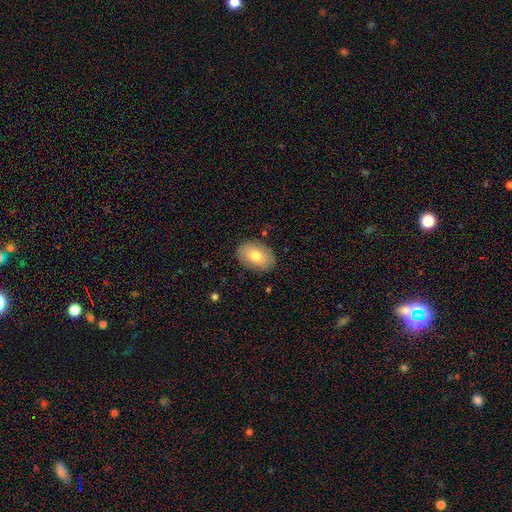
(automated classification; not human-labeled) Overall: smooth (77%). How rounded: in between (87%). Merging: none (87%).